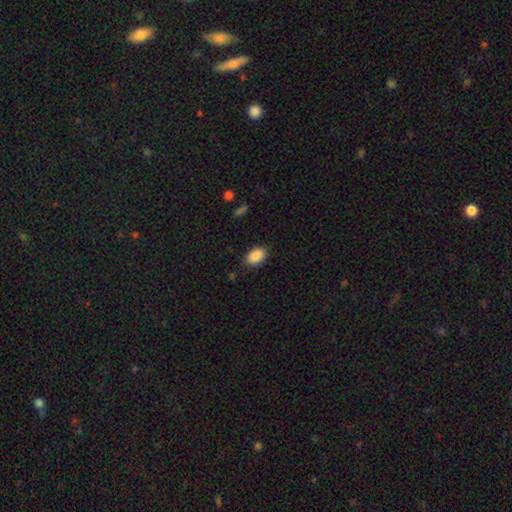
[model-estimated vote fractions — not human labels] This appears to be a smooth galaxy with no disk features (89%) that is in between round and cigar-shaped (90%). Merging: none (85%).